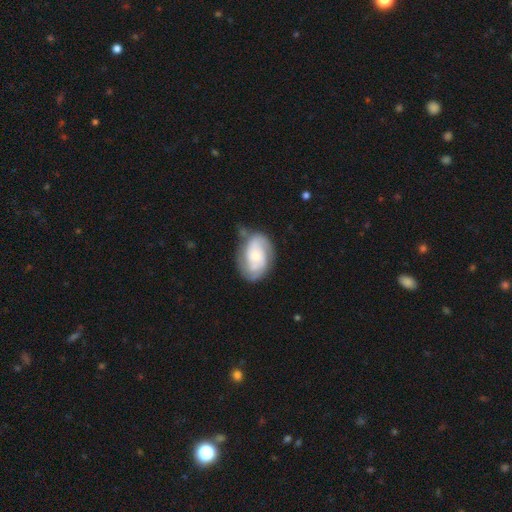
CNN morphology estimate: Overall: featured or disk (74%). Edge-on disk: no (97%). Bar: no (69%). Spiral arms: yes (92%). Spiral arm count: 2 (62%). Spiral winding: tight (46%; medium 41%). Bulge size: small (46%; moderate 44%). Merging: none (64%).